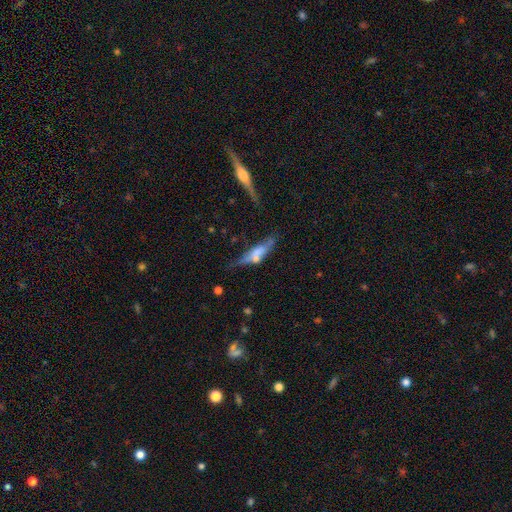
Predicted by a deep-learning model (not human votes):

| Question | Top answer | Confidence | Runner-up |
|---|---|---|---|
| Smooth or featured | featured or disk | 49% | smooth (42%) |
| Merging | none | 41% | minor disturbance (24%) |